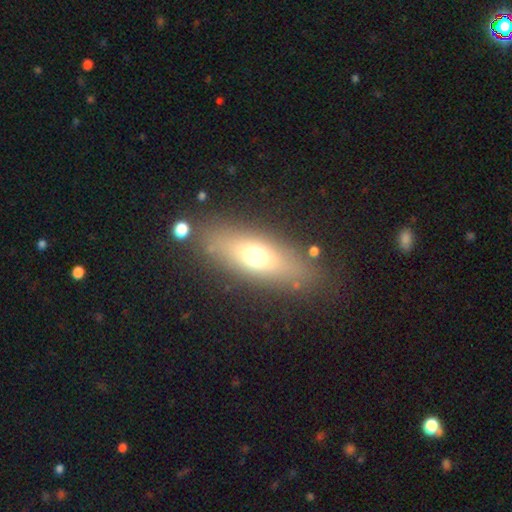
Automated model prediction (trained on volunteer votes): Overall: smooth (62%; featured or disk 27%). How rounded: in between (59%; cigar-shaped 34%). Merging: none (82%).